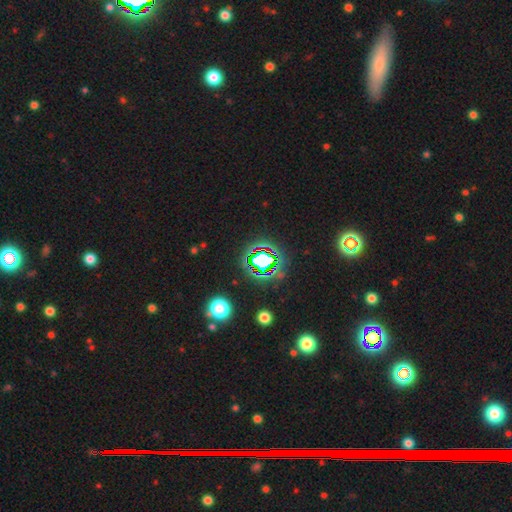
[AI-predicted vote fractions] Smooth or featured? star or artifact (67%)